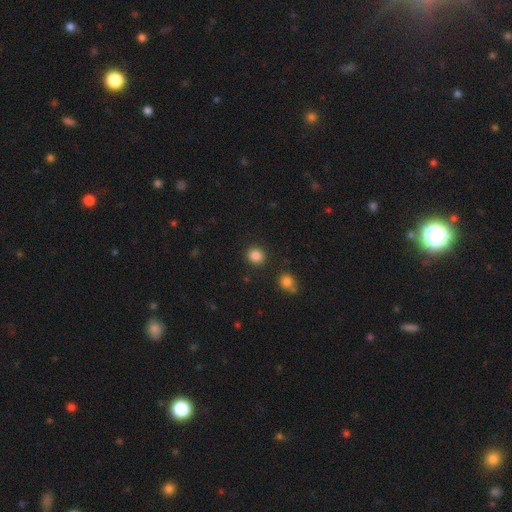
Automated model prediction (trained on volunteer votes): Q: Smooth or featured?
A: smooth (86%); runner-up: star or artifact (11%)
Q: How rounded?
A: round (88%); runner-up: in between (11%)
Q: Merging?
A: none (89%); runner-up: minor disturbance (6%)